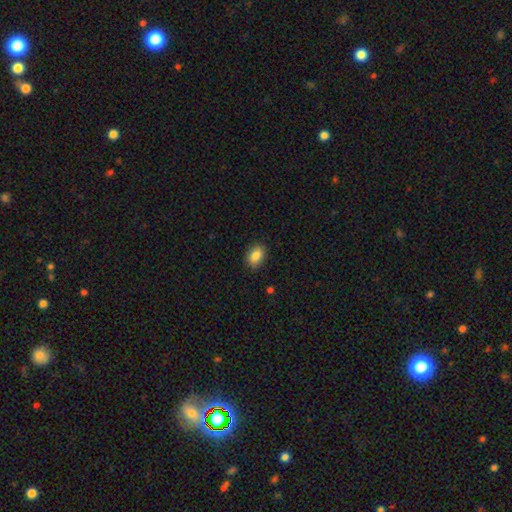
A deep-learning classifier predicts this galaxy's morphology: Smooth or featured: smooth — 85% (star or artifact — 8%)
How rounded: in between — 84% (round — 15%)
Merging: none — 87% (minor disturbance — 10%)